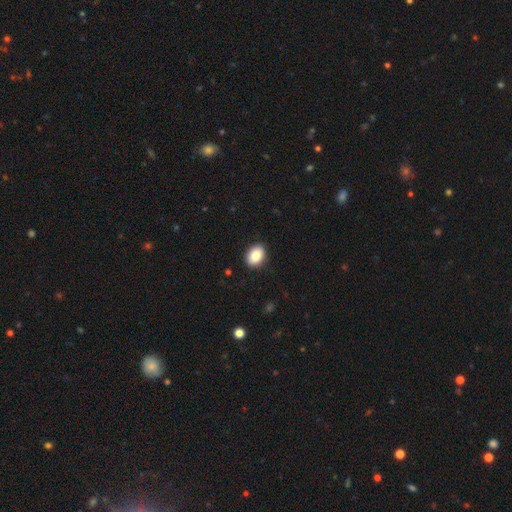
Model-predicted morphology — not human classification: Overall: smooth (87%). How rounded: in between (76%). Merging: none (89%).